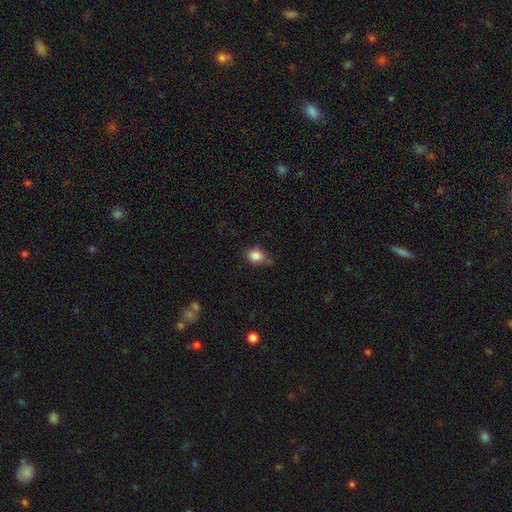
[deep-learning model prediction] A smooth galaxy with no disk features (84%) that is in between round and cigar-shaped (59%).

Vote fractions:
- Smooth or featured? smooth: 84% / star or artifact: 9% / featured or disk: 6%
- How rounded? in between: 59% / round: 40% / cigar-shaped: 1%
- Merging? none: 64% / minor disturbance: 27% / major disturbance: 5% / merger: 4%